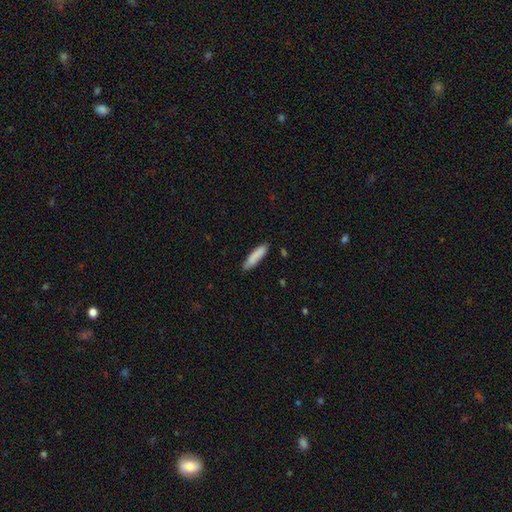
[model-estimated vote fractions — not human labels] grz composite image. It shows a smooth galaxy with no disk features (87%) that is cigar-shaped (73%). Merging: none (85%).